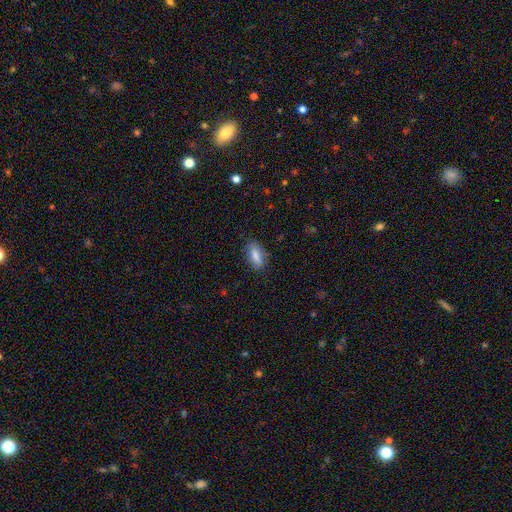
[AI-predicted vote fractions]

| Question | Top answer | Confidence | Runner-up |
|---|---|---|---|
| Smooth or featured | smooth | 81% | featured or disk (11%) |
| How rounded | in between | 83% | cigar-shaped (13%) |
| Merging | none | 79% | minor disturbance (16%) |